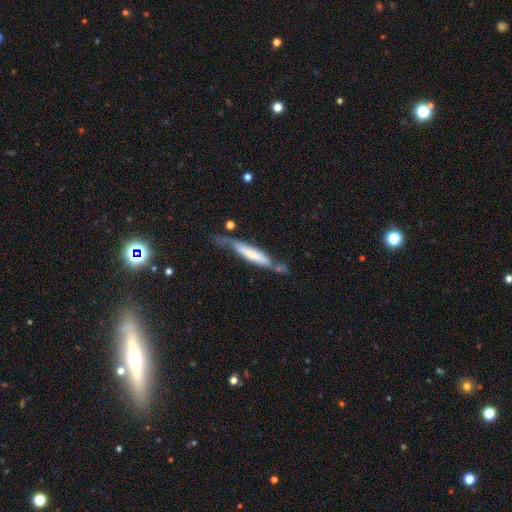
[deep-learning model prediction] Smooth or featured? Predicted: featured or disk (p=0.48). Merging? Predicted: none (p=0.51).